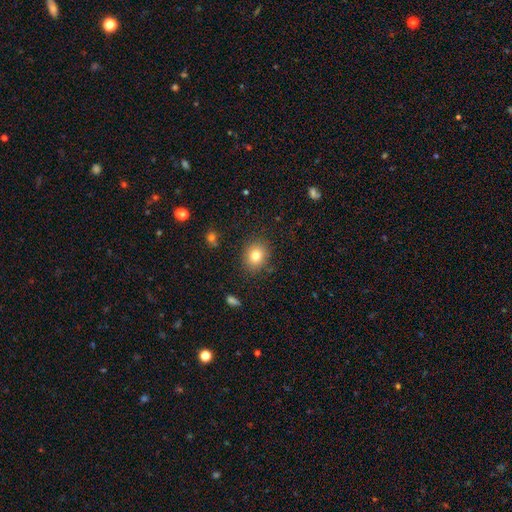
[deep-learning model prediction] A smooth galaxy with no disk features (79%) that is round (67%).

Vote fractions:
- Smooth or featured? smooth: 79% / star or artifact: 11% / featured or disk: 10%
- How rounded? round: 67% / in between: 32% / cigar-shaped: 1%
- Merging? none: 85% / minor disturbance: 10% / major disturbance: 3% / merger: 2%